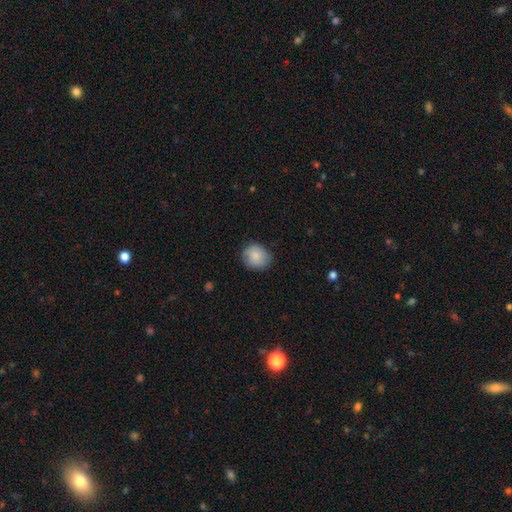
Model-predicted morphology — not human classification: Smooth or featured: smooth — 82% (featured or disk — 11%)
How rounded: round — 78% (in between — 21%)
Merging: none — 79% (minor disturbance — 17%)